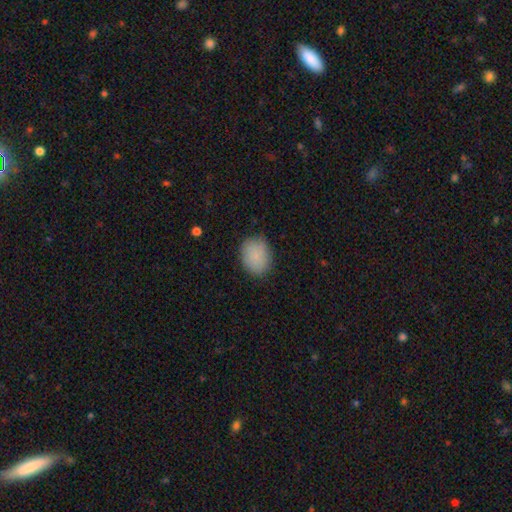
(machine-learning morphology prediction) A smooth galaxy with no disk features (87%) that is in between round and cigar-shaped (54%).

Vote fractions:
- Smooth or featured? smooth: 87% / star or artifact: 7% / featured or disk: 6%
- How rounded? in between: 54% / round: 45% / cigar-shaped: 1%
- Merging? none: 80% / minor disturbance: 15% / major disturbance: 3% / merger: 1%